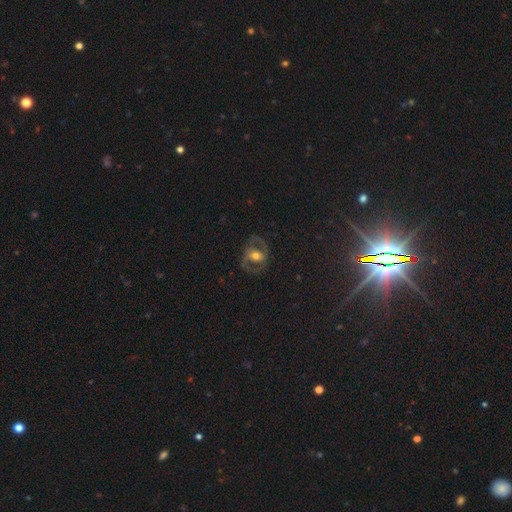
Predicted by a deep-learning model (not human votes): The model was most divided on "bar": no: 46%, weak: 32%, strong: 21%. More confident: edge-on disk — no (95%); merging — none (72%); smooth or featured — featured or disk (69%); bulge size — moderate (67%); spiral arms — yes (64%).